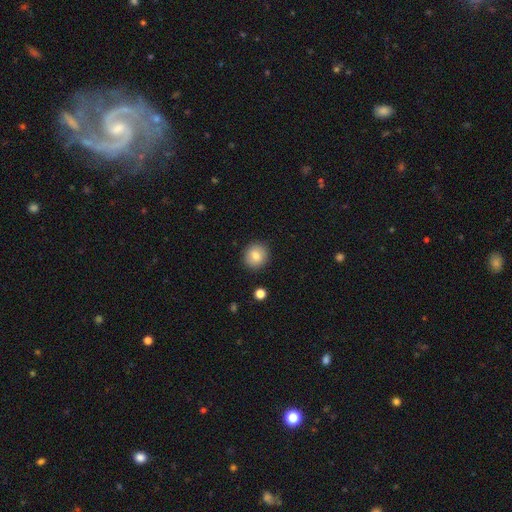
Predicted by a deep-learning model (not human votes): Smooth or featured?
  - smooth: 81% *
  - featured or disk: 9%
  - star or artifact: 9%
How rounded?
  - round: 88% *
  - in between: 11%
  - cigar-shaped: 1%
Merging?
  - none: 90% *
  - minor disturbance: 7%
  - major disturbance: 2%
  - merger: 1%